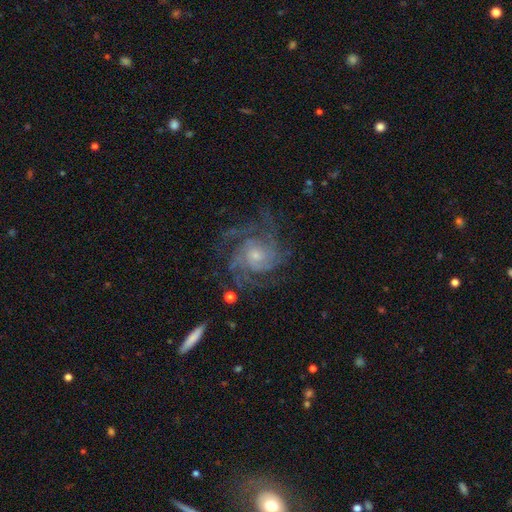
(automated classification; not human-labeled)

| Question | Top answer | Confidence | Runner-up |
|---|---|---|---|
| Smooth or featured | featured or disk | 87% | star or artifact (7%) |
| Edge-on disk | no | 98% | yes (2%) |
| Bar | no | 75% | weak (21%) |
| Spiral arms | yes | 97% | no (3%) |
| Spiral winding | tight | 54% | medium (37%) |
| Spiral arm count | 4 | 26% | can't tell (22%) |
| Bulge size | small | 65% | moderate (28%) |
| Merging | none | 68% | minor disturbance (16%) |